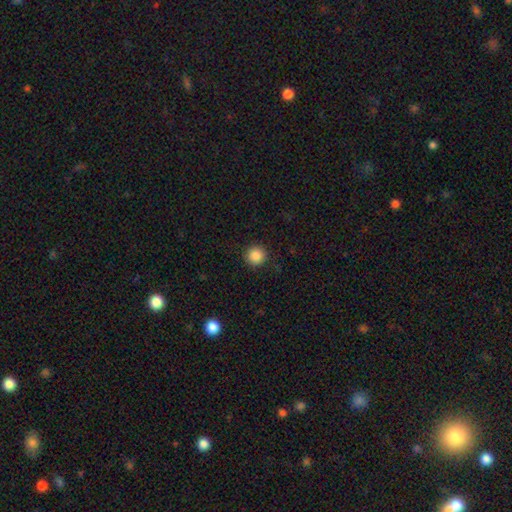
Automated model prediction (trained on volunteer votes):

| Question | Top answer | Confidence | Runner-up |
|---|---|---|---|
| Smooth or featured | smooth | 87% | star or artifact (10%) |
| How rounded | round | 95% | in between (4%) |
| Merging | none | 91% | minor disturbance (6%) |